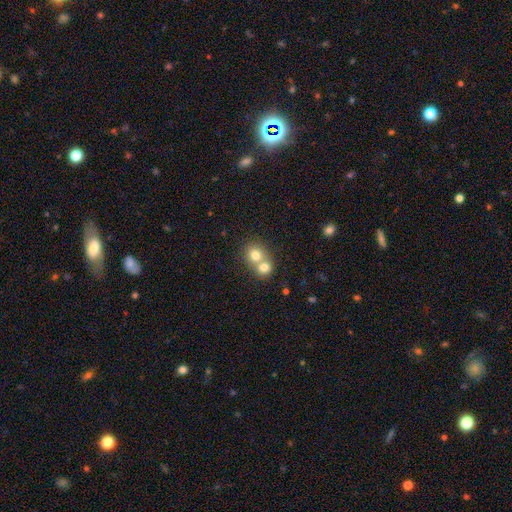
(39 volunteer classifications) This is likely a smooth galaxy (77%). How rounded: clearly round (80%). Merging: likely merger (69%).